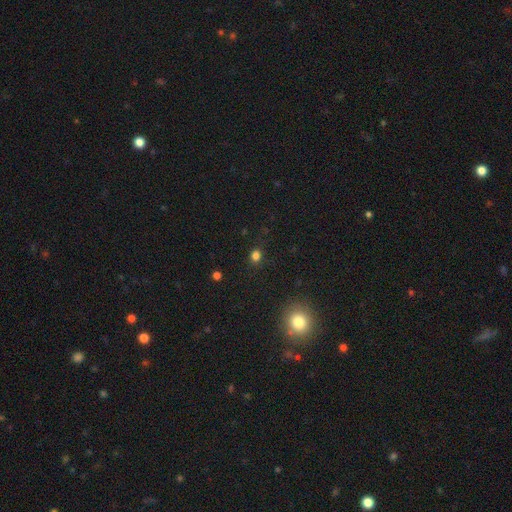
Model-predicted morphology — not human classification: Q: Smooth or featured?
A: smooth (77%); runner-up: star or artifact (19%)
Q: How rounded?
A: round (72%); runner-up: in between (27%)
Q: Merging?
A: none (83%); runner-up: minor disturbance (11%)